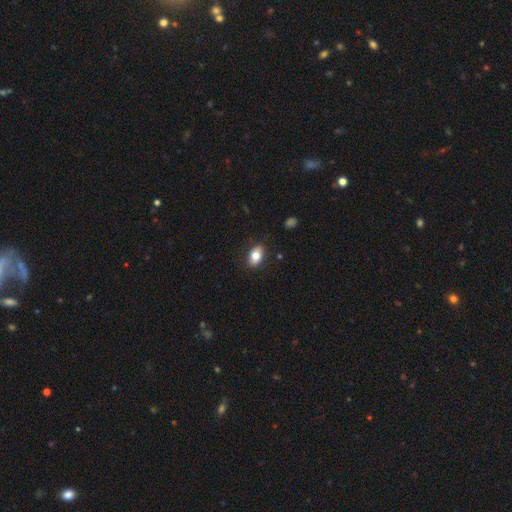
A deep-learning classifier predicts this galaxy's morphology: Smooth or featured?
  - smooth: 78% *
  - featured or disk: 14%
  - star or artifact: 8%
How rounded?
  - in between: 88% *
  - round: 10%
  - cigar-shaped: 2%
Merging?
  - none: 86% *
  - minor disturbance: 10%
  - major disturbance: 2%
  - merger: 1%